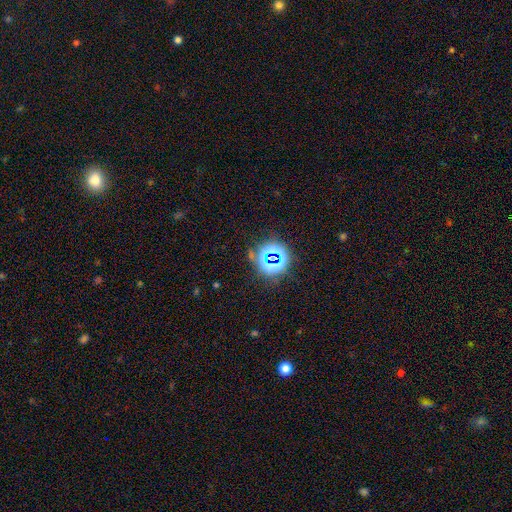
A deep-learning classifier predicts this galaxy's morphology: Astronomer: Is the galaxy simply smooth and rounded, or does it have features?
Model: star or artifact — 76%.